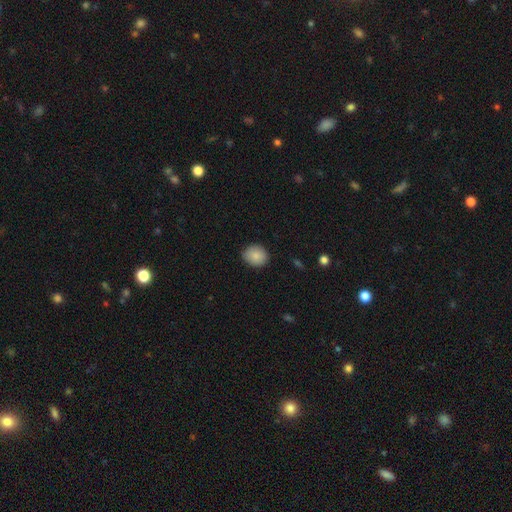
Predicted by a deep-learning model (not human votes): Smooth or featured? smooth (85%)
How rounded? round (70%)
Merging? none (83%)